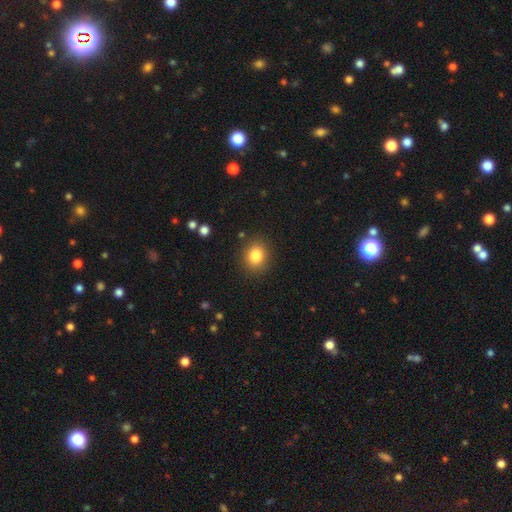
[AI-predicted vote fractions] Morphology: type=smooth (83%); roundness=round (68%); merging=none (87%).